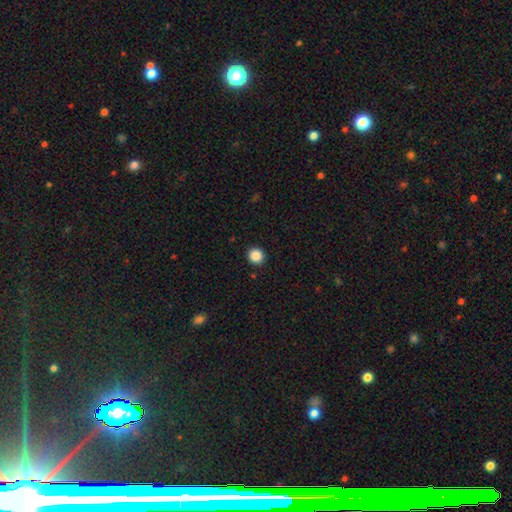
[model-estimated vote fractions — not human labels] Q: Smooth or featured?
A: smooth (87%); runner-up: star or artifact (10%)
Q: How rounded?
A: round (93%); runner-up: in between (6%)
Q: Merging?
A: none (93%); runner-up: minor disturbance (4%)